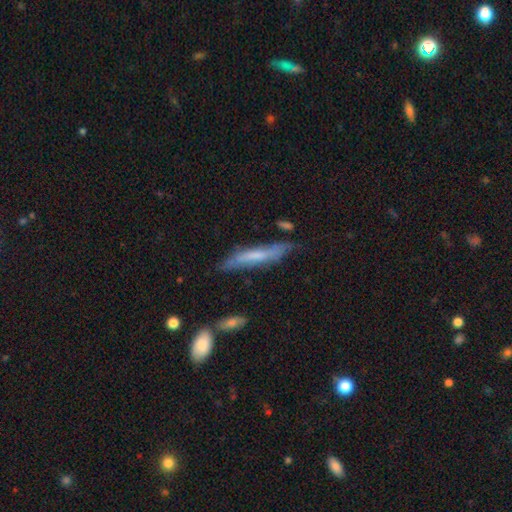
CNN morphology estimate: This appears to be a smooth galaxy with no disk features (48%). Merging: none (66%).